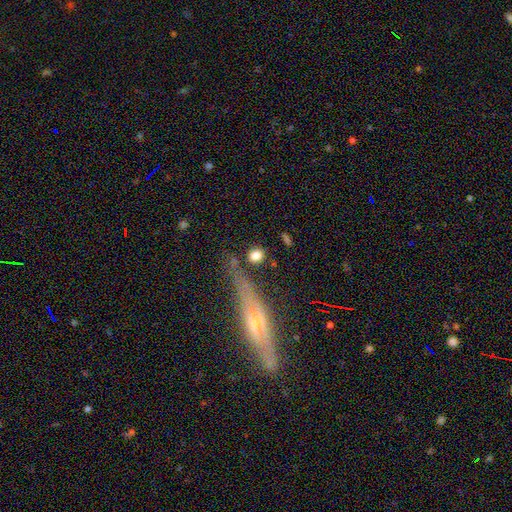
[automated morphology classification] Overall: smooth (79%). How rounded: round (72%). Merging: none (79%).